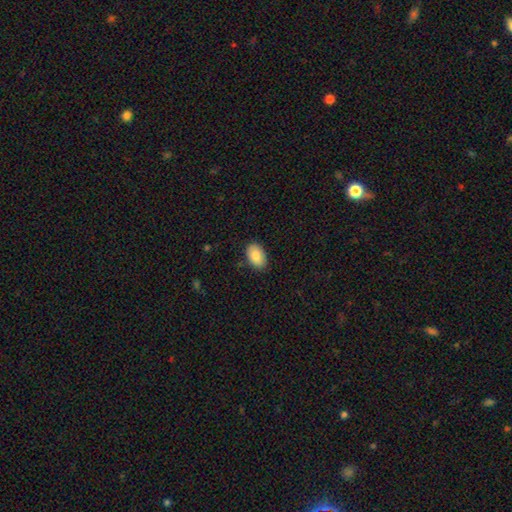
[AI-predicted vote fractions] This appears to be a smooth galaxy with no disk features (86%) that is in between round and cigar-shaped (91%). Merging: none (85%).